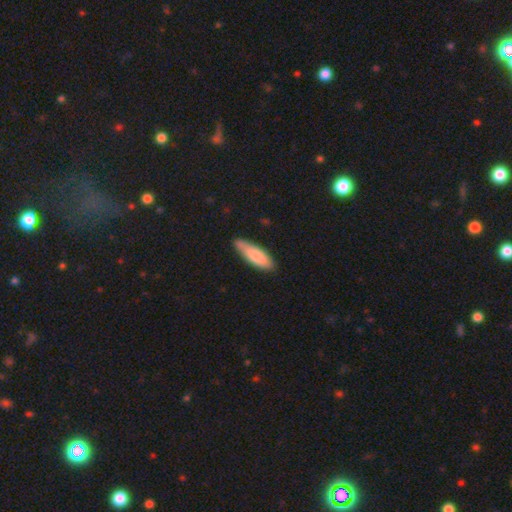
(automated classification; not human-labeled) smooth-or-featured: smooth: 81% | featured or disk: 14% | star or artifact: 5%
  how-rounded: cigar-shaped: 50% | in between: 49% | round: 1%
  merging: none: 77% | minor disturbance: 19% | major disturbance: 3% | merger: 2%